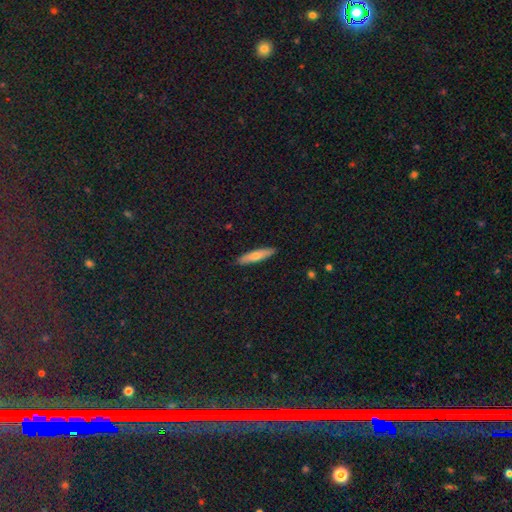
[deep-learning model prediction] The model was most divided on "smooth or featured": smooth: 63%, featured or disk: 30%, star or artifact: 6%. More confident: merging — none (90%); how rounded — cigar-shaped (82%).